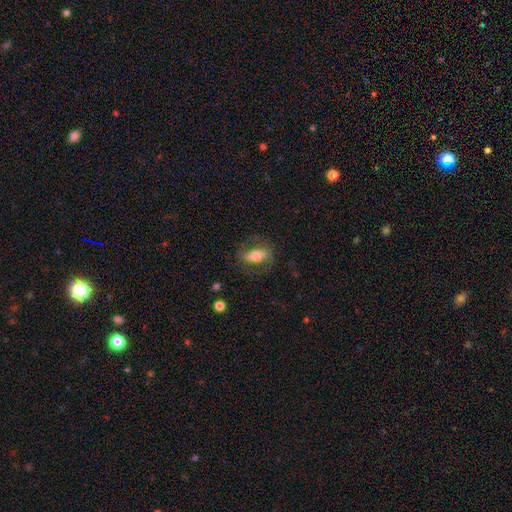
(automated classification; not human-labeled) Morphology: type=featured or disk (48%); merging=none (69%).